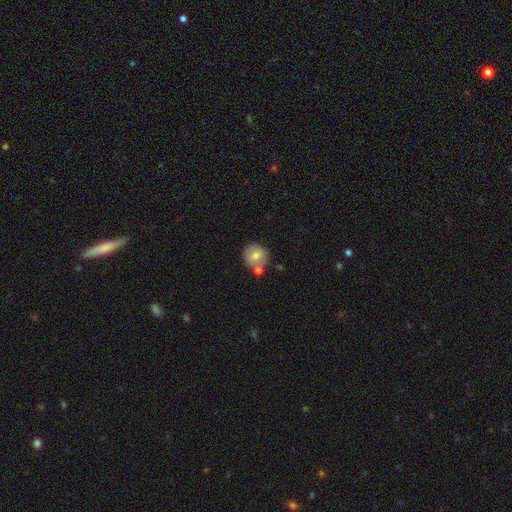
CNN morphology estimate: Q: Smooth or featured?
A: smooth (74%); runner-up: featured or disk (18%)
Q: How rounded?
A: round (89%); runner-up: in between (10%)
Q: Merging?
A: none (64%); runner-up: merger (21%)